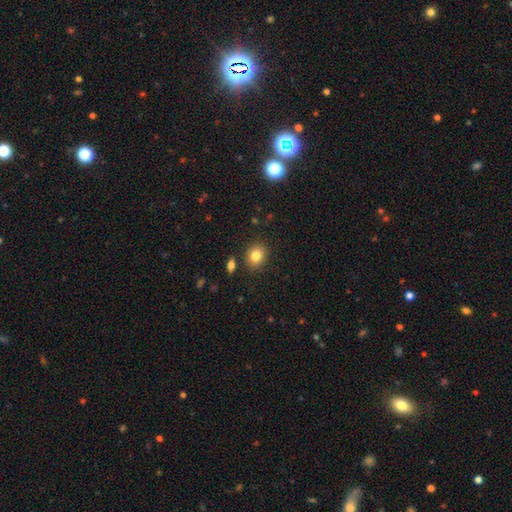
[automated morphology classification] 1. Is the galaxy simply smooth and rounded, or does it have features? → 83% smooth, 10% star or artifact, 7% featured or disk.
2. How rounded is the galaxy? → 68% round, 31% in between, 1% cigar-shaped.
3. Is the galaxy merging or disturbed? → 86% none, 8% minor disturbance, 3% merger, 2% major disturbance.